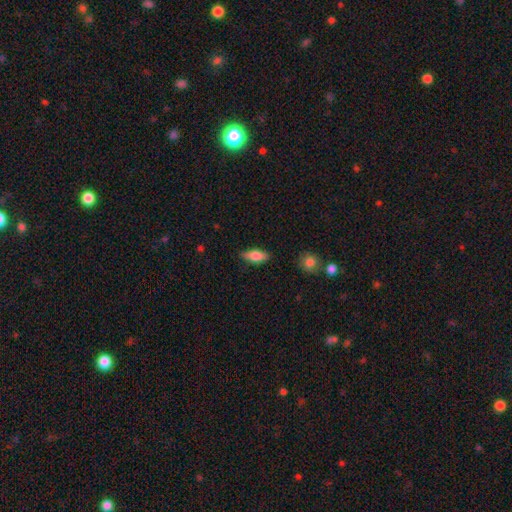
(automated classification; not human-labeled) A smooth galaxy with no disk features (72%) that is in between round and cigar-shaped (75%). Merging: none (82%).